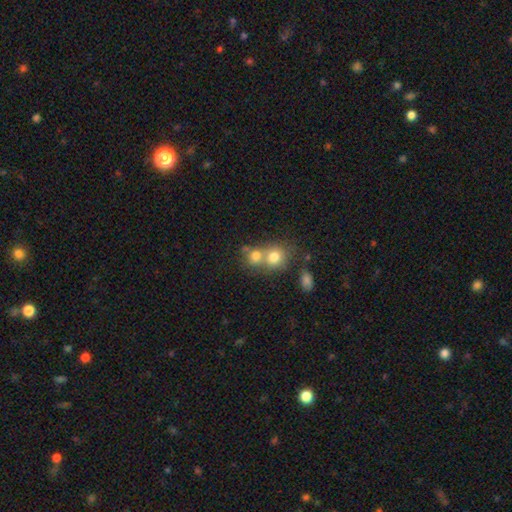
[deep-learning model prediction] The model was most divided on "merging": merger: 57%, none: 33%, minor disturbance: 7%, major disturbance: 3%. More confident: how rounded — round (76%); smooth or featured — smooth (75%).